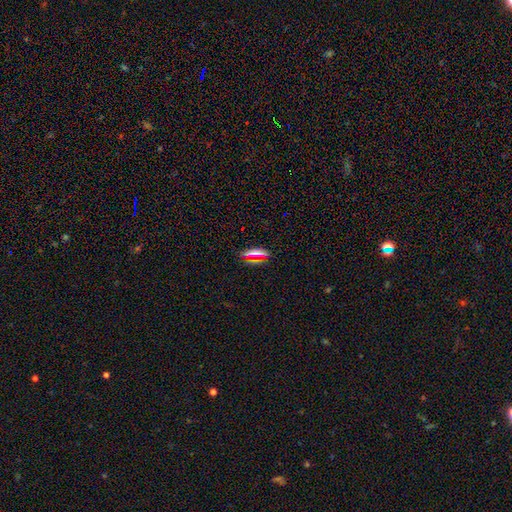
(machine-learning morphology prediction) This is likely a smooth galaxy (60%). How rounded: possibly in between (48%). Merging: likely none (80%).